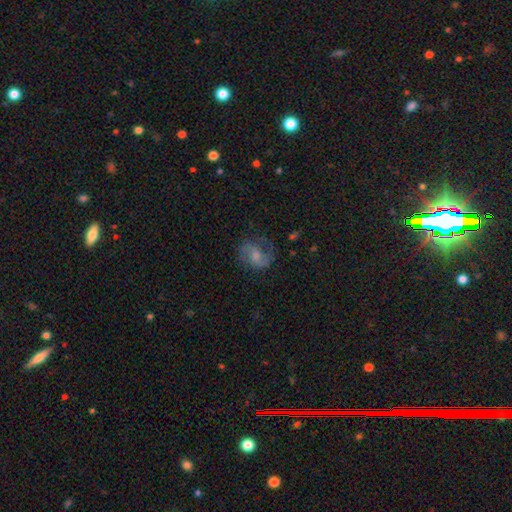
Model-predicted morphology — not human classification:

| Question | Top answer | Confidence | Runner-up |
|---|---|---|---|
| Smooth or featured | featured or disk | 61% | smooth (30%) |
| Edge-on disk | no | 97% | yes (3%) |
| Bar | weak | 47% | no (41%) |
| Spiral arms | yes | 88% | no (12%) |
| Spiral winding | medium | 46% | loose (39%) |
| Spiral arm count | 2 | 79% | 1 (9%) |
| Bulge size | moderate | 37% | small (32%) |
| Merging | none | 63% | minor disturbance (20%) |